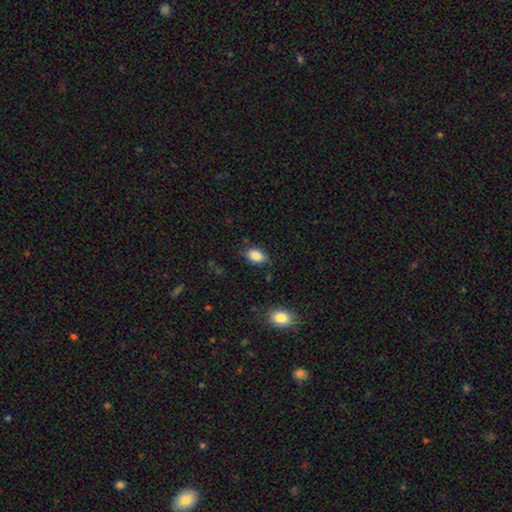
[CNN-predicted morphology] This appears to be a smooth galaxy with no disk features (87%) that is in between round and cigar-shaped (88%). Merging: none (82%).